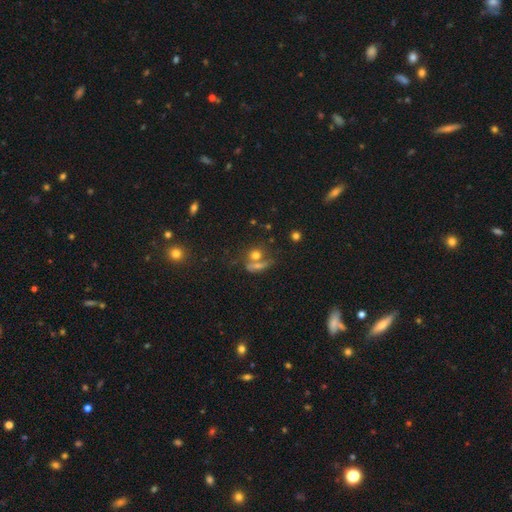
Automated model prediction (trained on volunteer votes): A smooth galaxy with no disk features (65%) that is round (66%).

Vote fractions:
- Smooth or featured? smooth: 65% / star or artifact: 17% / featured or disk: 17%
- How rounded? round: 66% / in between: 29% / cigar-shaped: 5%
- Merging? none: 42% / merger: 40% / minor disturbance: 10% / major disturbance: 8%